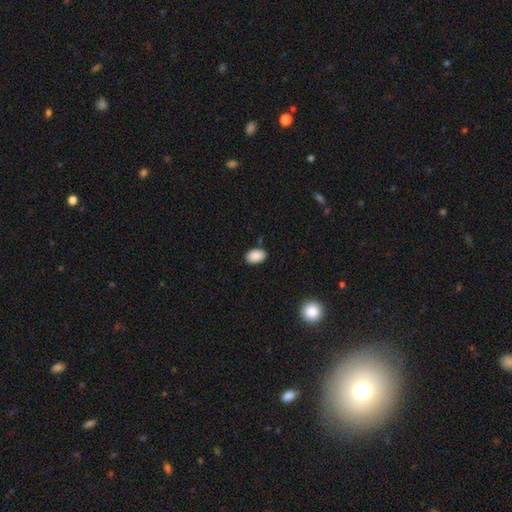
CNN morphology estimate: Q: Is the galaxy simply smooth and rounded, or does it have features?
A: smooth — 89%.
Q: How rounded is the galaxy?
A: in between — 86%.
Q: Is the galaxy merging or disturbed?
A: none — 86%.